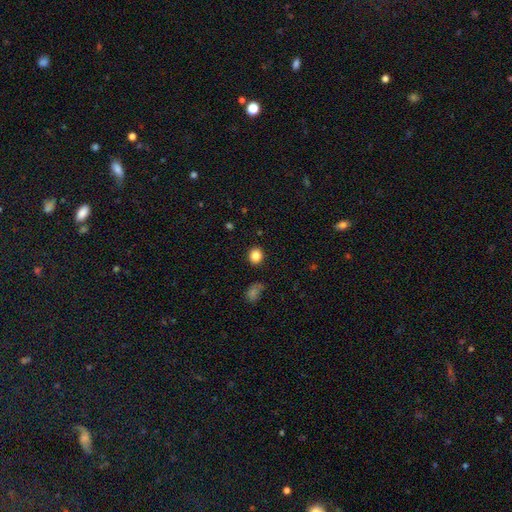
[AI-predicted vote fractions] Smooth or featured?
  - smooth: 85% *
  - star or artifact: 11%
  - featured or disk: 4%
How rounded?
  - round: 79% *
  - in between: 20%
  - cigar-shaped: 1%
Merging?
  - none: 88% *
  - minor disturbance: 8%
  - major disturbance: 2%
  - merger: 2%